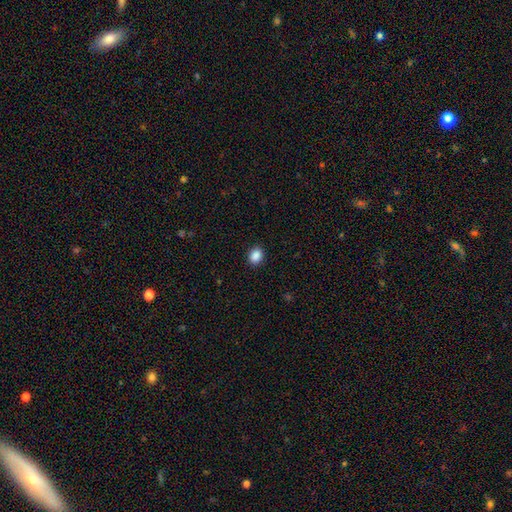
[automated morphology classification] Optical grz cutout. It shows a smooth galaxy with no disk features (88%) that is round (51%). Merging: none (91%).